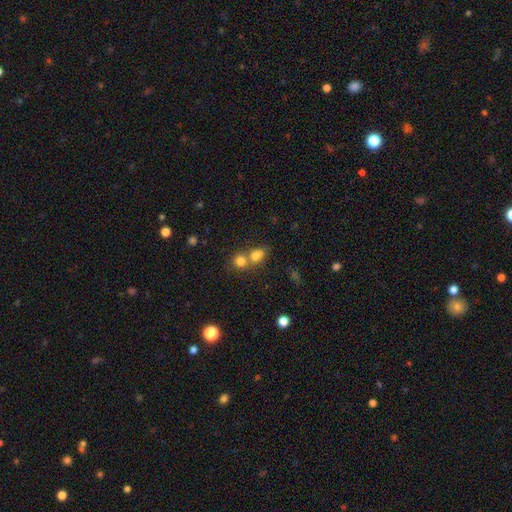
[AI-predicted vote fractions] smooth-or-featured: smooth: 75% | star or artifact: 13% | featured or disk: 12%
  how-rounded: round: 70% | in between: 29% | cigar-shaped: 1%
  merging: merger: 58% | none: 33% | minor disturbance: 6% | major disturbance: 3%